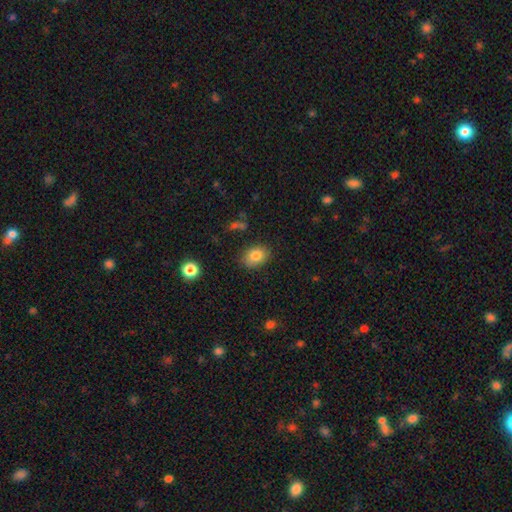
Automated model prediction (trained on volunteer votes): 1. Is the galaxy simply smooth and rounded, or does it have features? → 81% smooth, 9% featured or disk, 9% star or artifact.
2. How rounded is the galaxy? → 71% in between, 28% round, 1% cigar-shaped.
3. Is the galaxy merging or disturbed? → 83% none, 13% minor disturbance, 3% major disturbance, 2% merger.